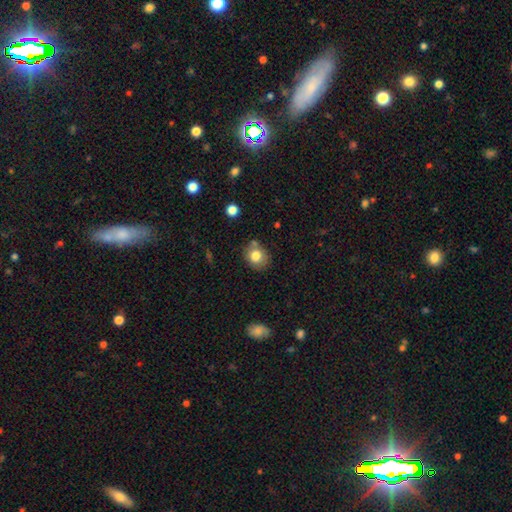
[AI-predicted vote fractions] smooth_or_featured: smooth (p=0.79) [alt: featured or disk p=0.11]
how_rounded: round (p=0.64) [alt: in between p=0.35]
merging: none (p=0.70) [alt: minor disturbance p=0.16]